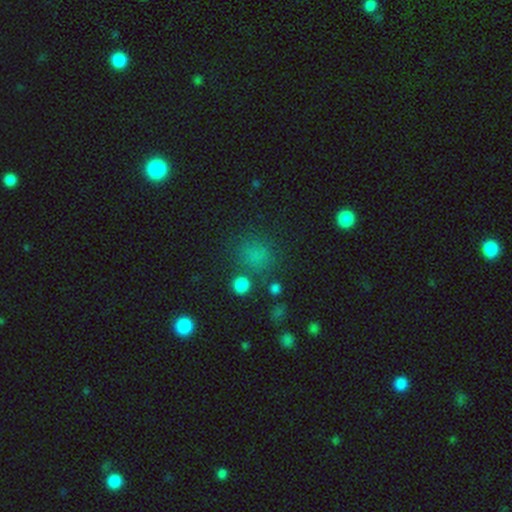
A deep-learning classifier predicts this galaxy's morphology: Overall: smooth (71%). How rounded: round (81%). Merging: none (75%).